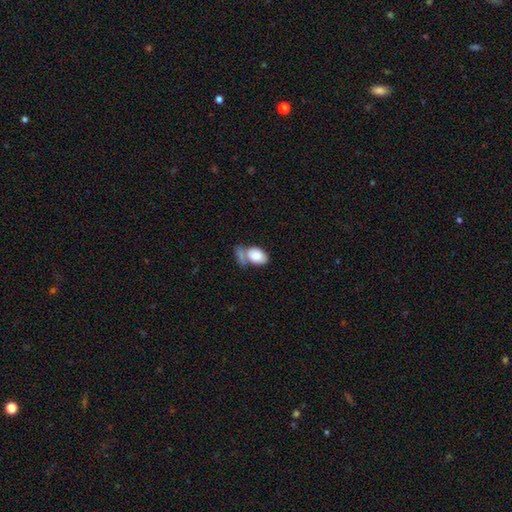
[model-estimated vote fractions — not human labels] The model was most divided on "merging": merger: 39%, none: 34%, minor disturbance: 17%, major disturbance: 11%. More confident: how rounded — in between (88%); smooth or featured — smooth (82%).